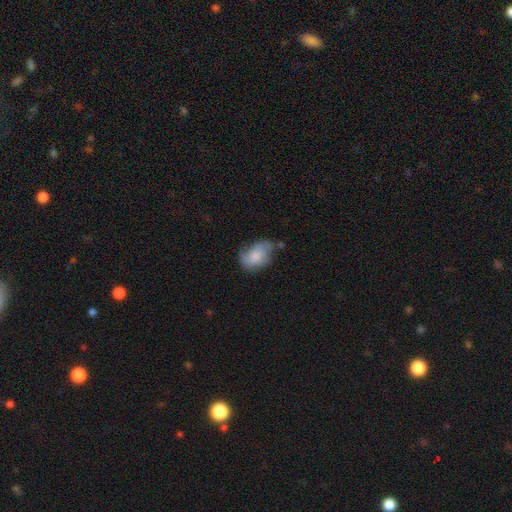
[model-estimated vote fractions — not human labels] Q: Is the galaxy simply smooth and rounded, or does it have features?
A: smooth — 55%.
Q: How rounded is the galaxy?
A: in between — 83%.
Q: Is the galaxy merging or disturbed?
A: none — 42%.